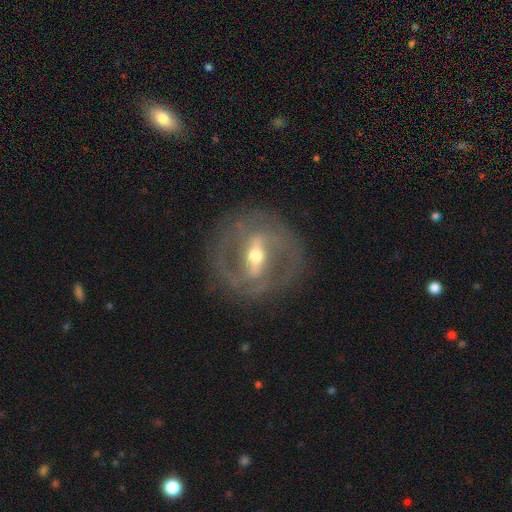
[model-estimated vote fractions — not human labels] This is clearly a featured or disk galaxy (85%). It is clearly not viewed edge-on (90%). Bar: likely strong (67%). Spiral arm pattern: likely yes (76%). Spiral arm count: likely 2 (76%). Spiral winding: marginally medium (44%). Central bulge: possibly moderate (58%). Merging: clearly none (81%).